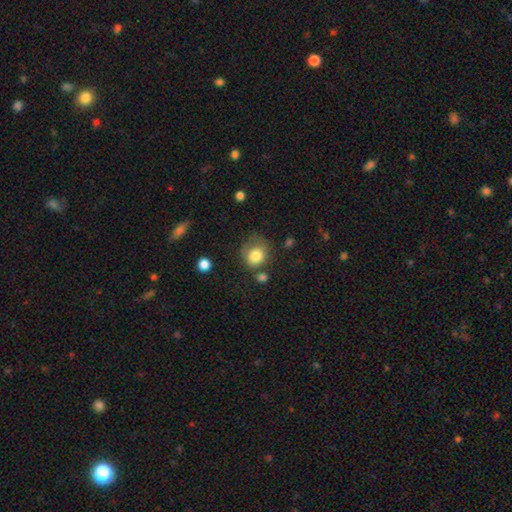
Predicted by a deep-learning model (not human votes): Overall: smooth (81%). How rounded: round (72%). Merging: none (45%; minor disturbance 29%).